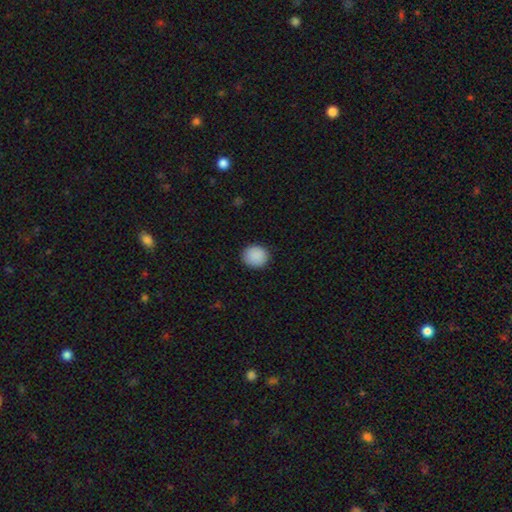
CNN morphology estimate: Q: Smooth or featured?
A: smooth (90%); runner-up: star or artifact (8%)
Q: How rounded?
A: round (84%); runner-up: in between (15%)
Q: Merging?
A: none (90%); runner-up: minor disturbance (7%)